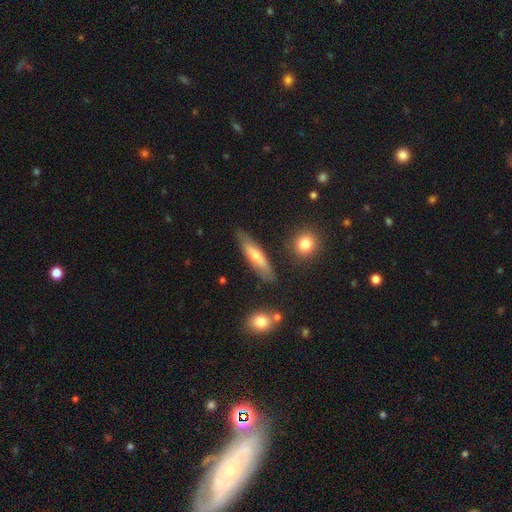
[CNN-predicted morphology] A smooth galaxy with no disk features (50%). Merging: none (79%).